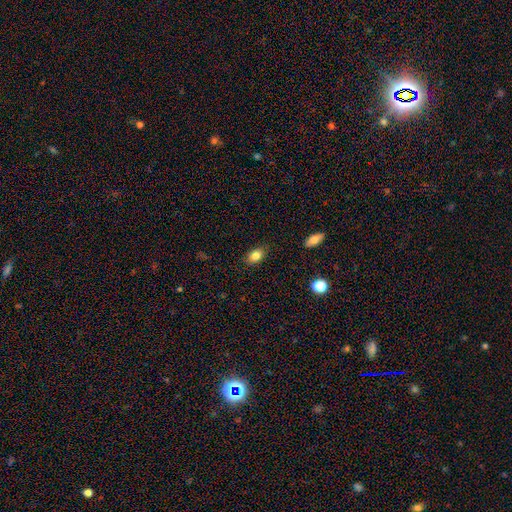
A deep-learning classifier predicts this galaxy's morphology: smooth_or_featured: smooth (p=0.83) [alt: star or artifact p=0.09]
how_rounded: in between (p=0.86) [alt: round p=0.13]
merging: none (p=0.85) [alt: minor disturbance p=0.11]